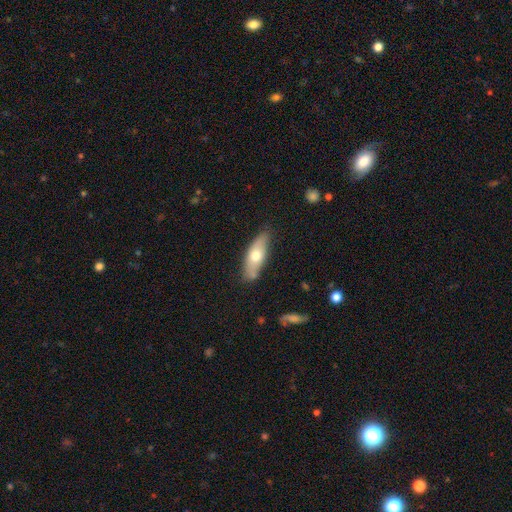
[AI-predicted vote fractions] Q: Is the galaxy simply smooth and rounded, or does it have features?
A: smooth — 60%.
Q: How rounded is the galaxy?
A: in between — 60%.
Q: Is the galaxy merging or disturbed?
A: none — 78%.